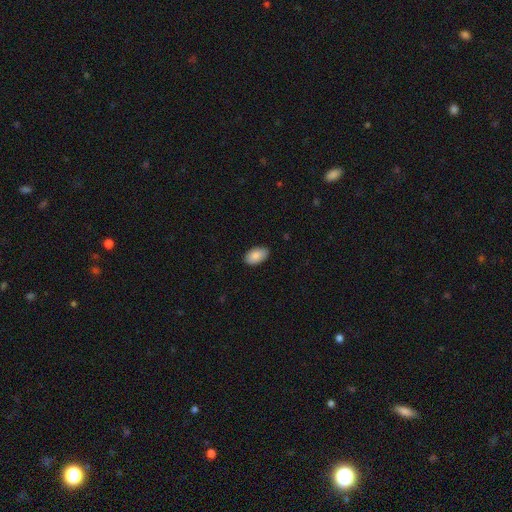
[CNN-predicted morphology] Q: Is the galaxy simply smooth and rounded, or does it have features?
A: smooth — 88%.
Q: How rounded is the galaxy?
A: in between — 95%.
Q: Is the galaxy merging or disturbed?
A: none — 86%.